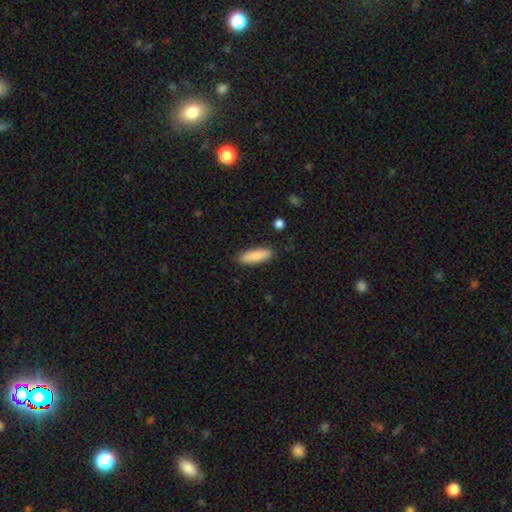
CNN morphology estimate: Smooth or featured?
  - smooth: 86% *
  - featured or disk: 8%
  - star or artifact: 6%
How rounded?
  - in between: 50% *
  - cigar-shaped: 49%
  - round: 2%
Merging?
  - none: 88% *
  - minor disturbance: 9%
  - major disturbance: 2%
  - merger: 1%